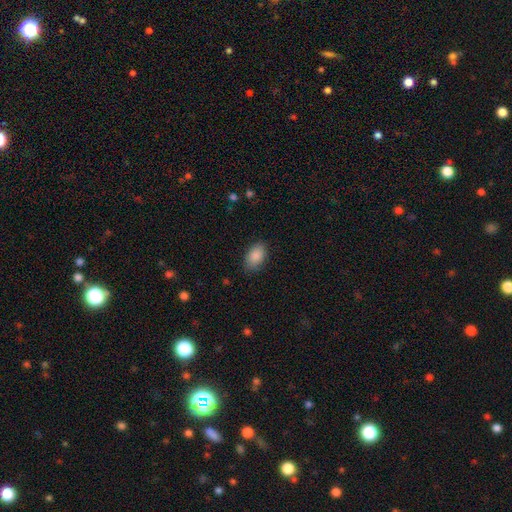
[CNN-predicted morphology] Smooth or featured? smooth (89%)
How rounded? in between (91%)
Merging? none (83%)